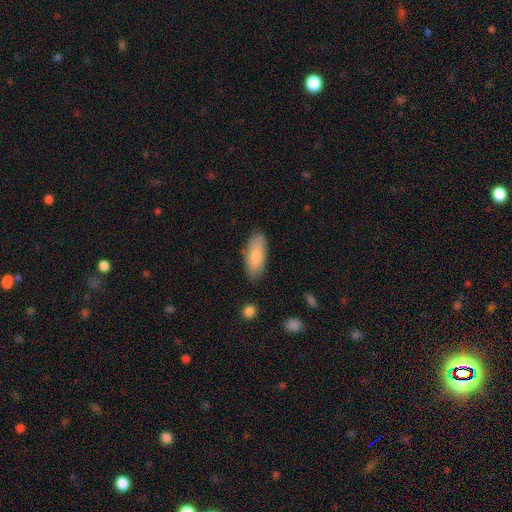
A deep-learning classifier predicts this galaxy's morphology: smooth_or_featured: smooth (p=0.79) [alt: featured or disk p=0.14]
how_rounded: in between (p=0.82) [alt: cigar-shaped p=0.15]
merging: none (p=0.80) [alt: minor disturbance p=0.16]